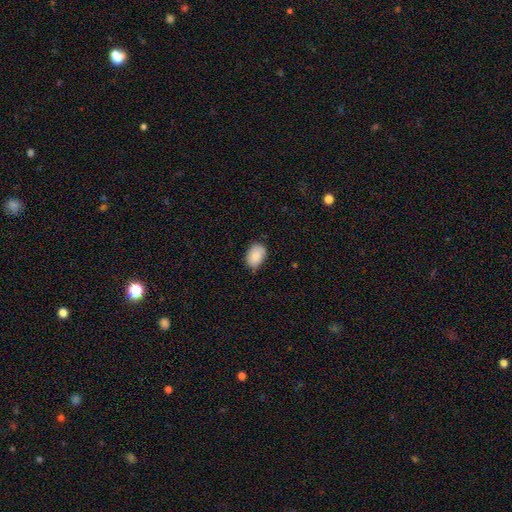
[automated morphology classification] The model was most divided on "merging": none: 72%, minor disturbance: 24%, major disturbance: 3%, merger: 1%. More confident: smooth or featured — smooth (86%); how rounded — in between (81%).